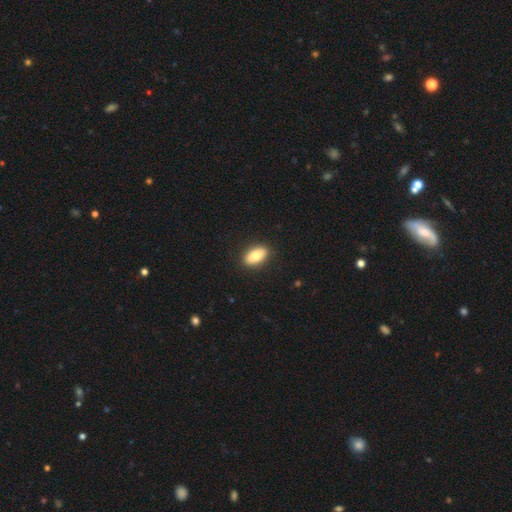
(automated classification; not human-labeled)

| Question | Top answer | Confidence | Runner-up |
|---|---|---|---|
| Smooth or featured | smooth | 82% | featured or disk (11%) |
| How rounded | in between | 90% | round (5%) |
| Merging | none | 89% | minor disturbance (8%) |